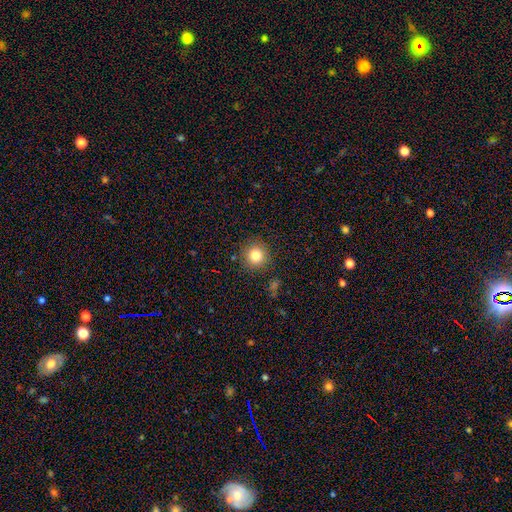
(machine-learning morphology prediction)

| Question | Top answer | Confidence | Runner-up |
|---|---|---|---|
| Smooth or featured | smooth | 82% | star or artifact (12%) |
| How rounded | round | 94% | in between (5%) |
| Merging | none | 89% | minor disturbance (7%) |